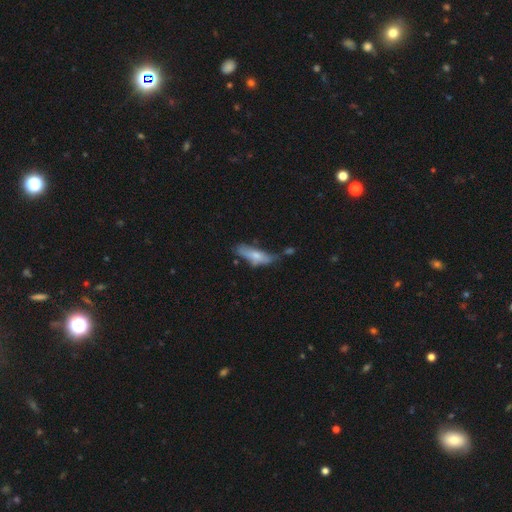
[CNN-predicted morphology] Q: Smooth or featured?
A: smooth (62%); runner-up: featured or disk (31%)
Q: How rounded?
A: cigar-shaped (50%); runner-up: in between (48%)
Q: Merging?
A: none (37%); runner-up: minor disturbance (31%)